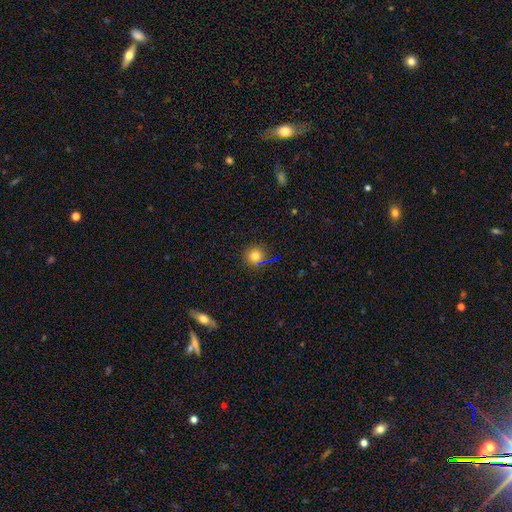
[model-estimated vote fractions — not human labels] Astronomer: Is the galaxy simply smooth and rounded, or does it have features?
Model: smooth — 74%.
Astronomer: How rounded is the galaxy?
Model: round — 93%.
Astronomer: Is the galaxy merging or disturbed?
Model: none — 86%.